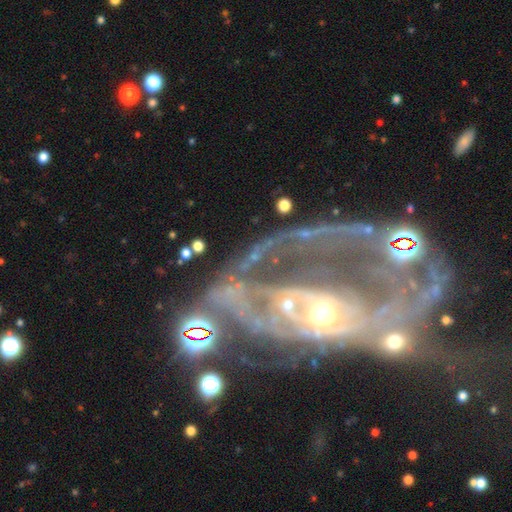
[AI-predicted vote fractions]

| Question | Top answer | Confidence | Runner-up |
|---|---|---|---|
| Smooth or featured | featured or disk | 77% | star or artifact (13%) |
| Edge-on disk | no | 93% | yes (7%) |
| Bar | no | 48% | strong (27%) |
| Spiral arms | yes | 77% | no (23%) |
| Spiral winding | tight | 42% | medium (36%) |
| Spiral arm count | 2 | 36% | can't tell (28%) |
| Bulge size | moderate | 50% | small (37%) |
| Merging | none | 41% | major disturbance (31%) |